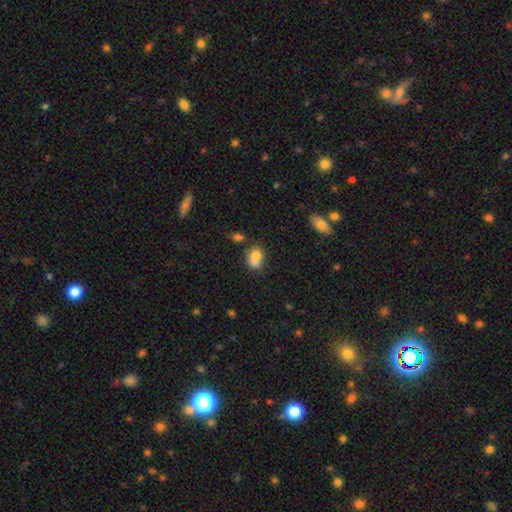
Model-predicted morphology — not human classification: Smooth or featured?
  - smooth: 76% *
  - featured or disk: 14%
  - star or artifact: 11%
How rounded?
  - in between: 57% *
  - round: 42%
  - cigar-shaped: 1%
Merging?
  - none: 38% *
  - merger: 36%
  - minor disturbance: 19%
  - major disturbance: 7%